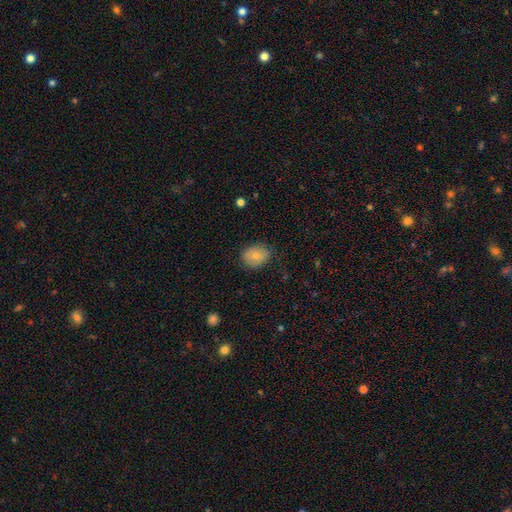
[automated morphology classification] This appears to be a smooth galaxy with no disk features (79%) that is in between round and cigar-shaped (55%). Merging: none (77%).